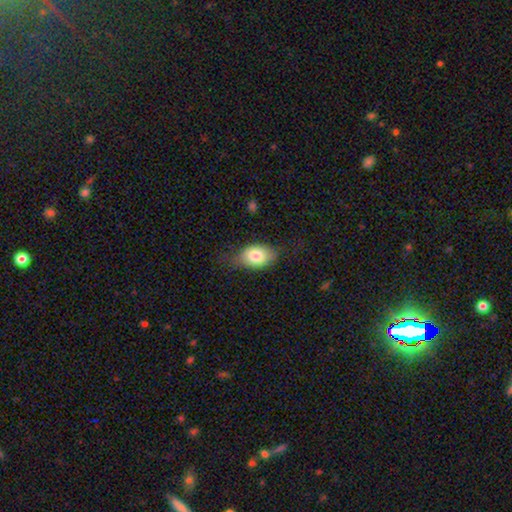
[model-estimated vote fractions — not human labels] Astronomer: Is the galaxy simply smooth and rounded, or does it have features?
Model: smooth — 79%.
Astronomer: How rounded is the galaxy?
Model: in between — 85%.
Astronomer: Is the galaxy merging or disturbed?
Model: none — 62%.